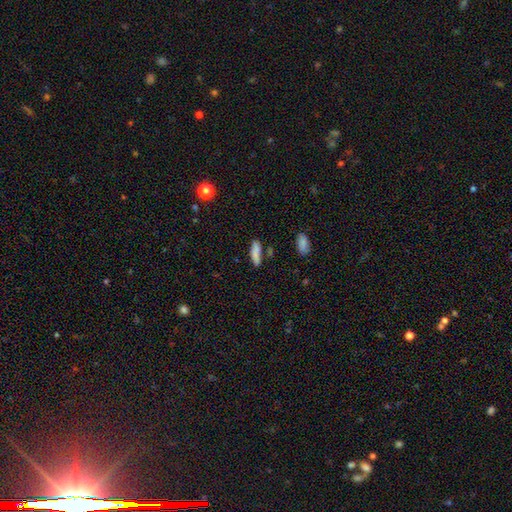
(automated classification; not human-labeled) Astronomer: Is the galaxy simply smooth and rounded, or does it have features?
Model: smooth — 83%.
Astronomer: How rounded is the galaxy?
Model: cigar-shaped — 61% (runner-up: in between, 37%).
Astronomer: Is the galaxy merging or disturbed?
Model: none — 74%.